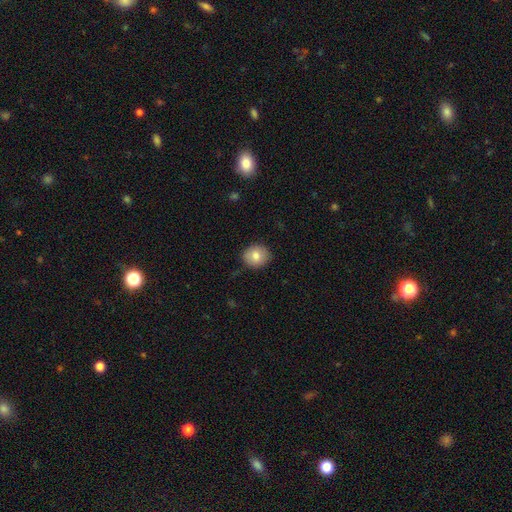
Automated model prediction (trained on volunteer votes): smooth 80%, featured or disk 12%, star or artifact 8%. Down the decision tree: how rounded — round (77%); merging — none (86%).